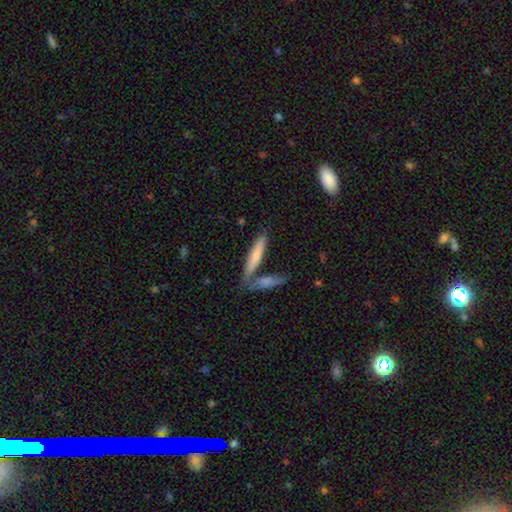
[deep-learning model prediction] Q: Smooth or featured?
A: smooth (69%); runner-up: featured or disk (26%)
Q: How rounded?
A: cigar-shaped (84%); runner-up: in between (14%)
Q: Merging?
A: none (58%); runner-up: merger (26%)